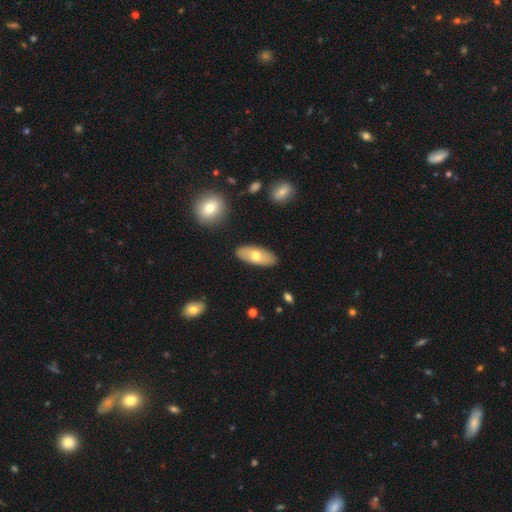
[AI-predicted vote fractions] Smooth or featured: smooth — 64% (featured or disk — 31%)
How rounded: in between — 82% (cigar-shaped — 15%)
Merging: none — 87% (minor disturbance — 9%)